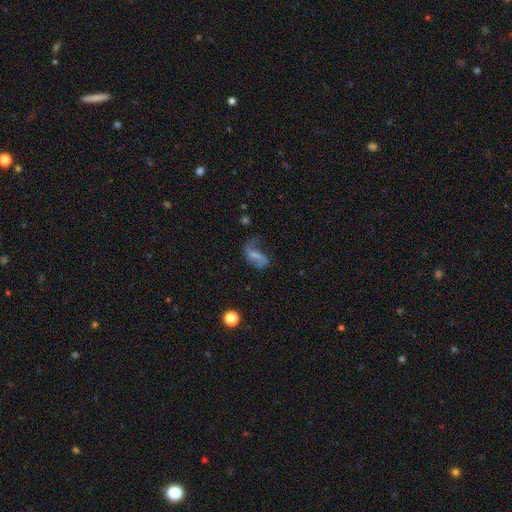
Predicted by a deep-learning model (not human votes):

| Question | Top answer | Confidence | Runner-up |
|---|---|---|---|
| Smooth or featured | featured or disk | 55% | smooth (32%) |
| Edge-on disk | no | 95% | yes (5%) |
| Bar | no | 39% | weak (36%) |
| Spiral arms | yes | 70% | no (30%) |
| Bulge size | none | 53% | small (27%) |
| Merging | none | 37% | major disturbance (36%) |